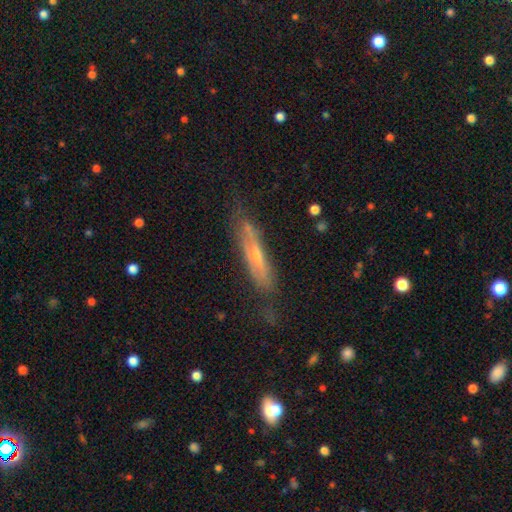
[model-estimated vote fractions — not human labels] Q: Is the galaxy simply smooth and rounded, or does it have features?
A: featured or disk — 58%.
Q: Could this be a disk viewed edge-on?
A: yes — 72%.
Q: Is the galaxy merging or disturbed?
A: none — 66%.